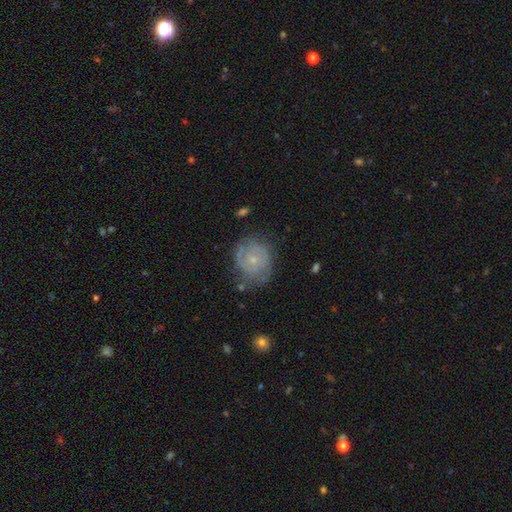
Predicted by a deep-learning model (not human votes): This is possibly a featured or disk galaxy (56%). It is clearly not viewed edge-on (97%). Bar: likely no (74%). Spiral arm pattern: clearly yes (88%). Central bulge: likely small (70%). Merging: likely none (78%).